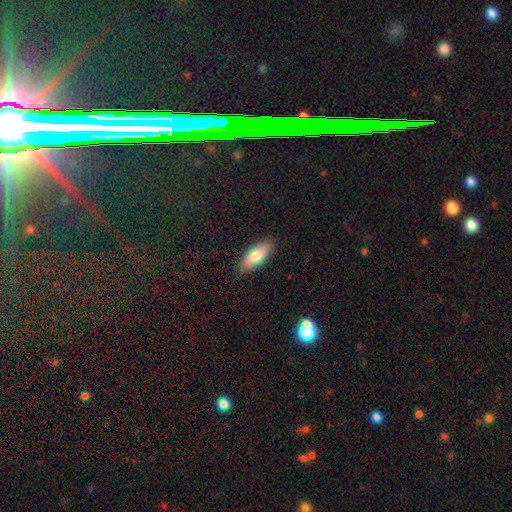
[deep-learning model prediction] smooth_or_featured: smooth (p=0.74) [alt: featured or disk p=0.20]
how_rounded: in between (p=0.74) [alt: cigar-shaped p=0.24]
merging: none (p=0.89) [alt: minor disturbance p=0.08]